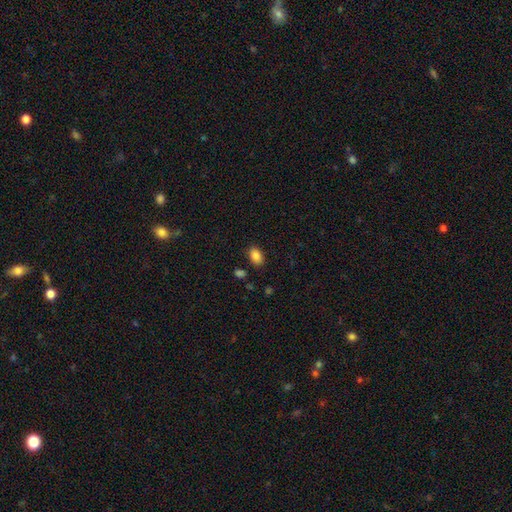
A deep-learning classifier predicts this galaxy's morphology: Smooth or featured? Predicted: smooth (p=0.87). How rounded? Predicted: in between (p=0.88). Merging? Predicted: none (p=0.84).